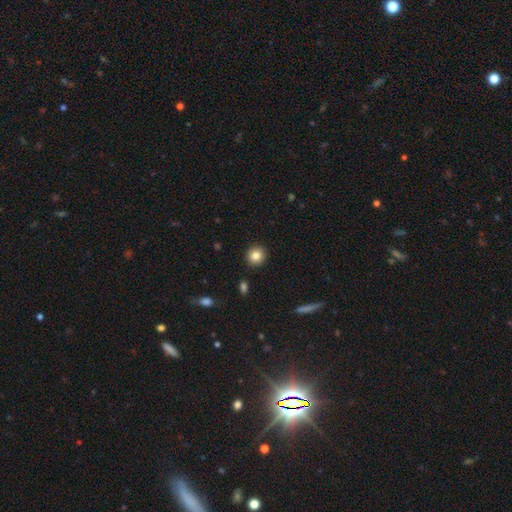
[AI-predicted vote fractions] This appears to be a smooth galaxy with no disk features (83%) that is round (87%). Merging: none (91%).